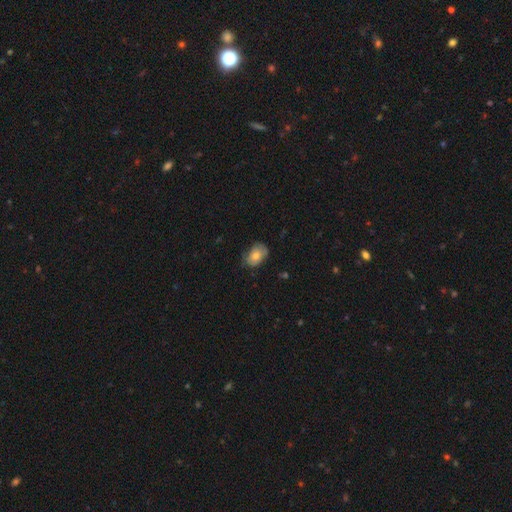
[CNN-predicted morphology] Smooth or featured? Predicted: smooth (p=0.69). How rounded? Predicted: in between (p=0.80). Merging? Predicted: none (p=0.62).